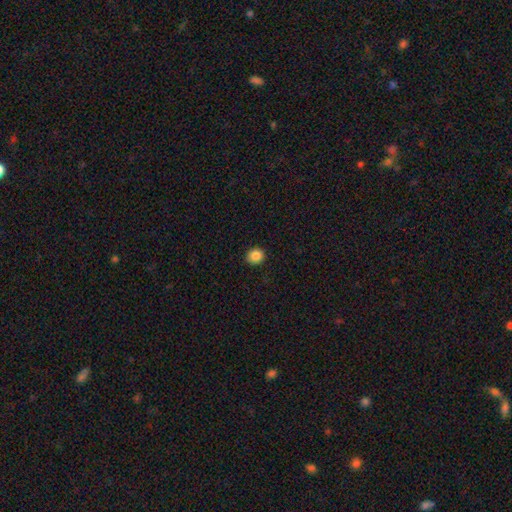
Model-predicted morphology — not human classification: Q: Smooth or featured?
A: smooth (87%); runner-up: star or artifact (10%)
Q: How rounded?
A: round (82%); runner-up: in between (17%)
Q: Merging?
A: none (92%); runner-up: minor disturbance (5%)